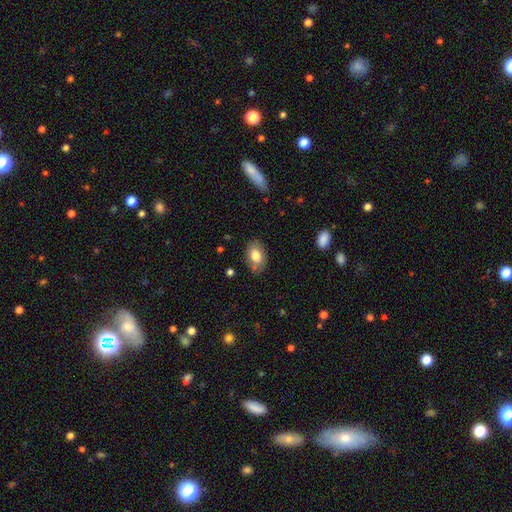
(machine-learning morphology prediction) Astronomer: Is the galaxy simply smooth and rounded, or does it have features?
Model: smooth — 77%.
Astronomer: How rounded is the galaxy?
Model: in between — 87%.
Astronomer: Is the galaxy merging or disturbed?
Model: none — 78%.